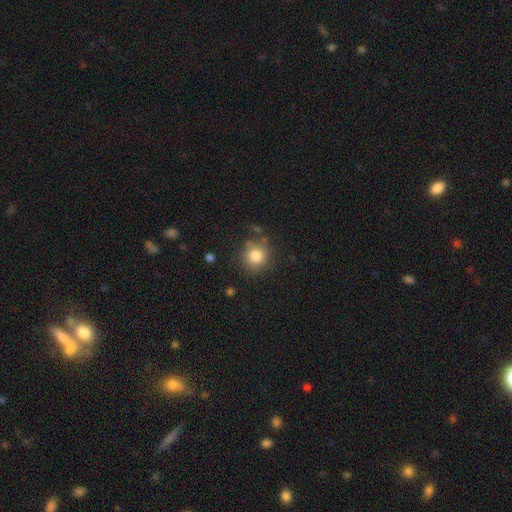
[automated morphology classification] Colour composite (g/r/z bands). It shows a smooth galaxy with no disk features (82%) that is round (89%). Merging: none (77%).